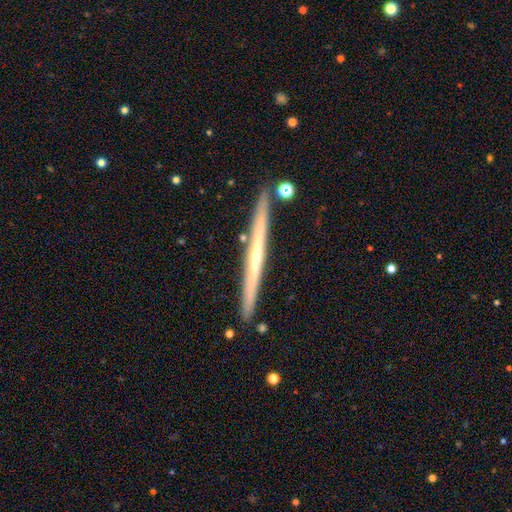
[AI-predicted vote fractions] Morphology: type=featured or disk (69%); edge-on=yes (98%); edge-on bulge=none (59%); merging=none (89%).